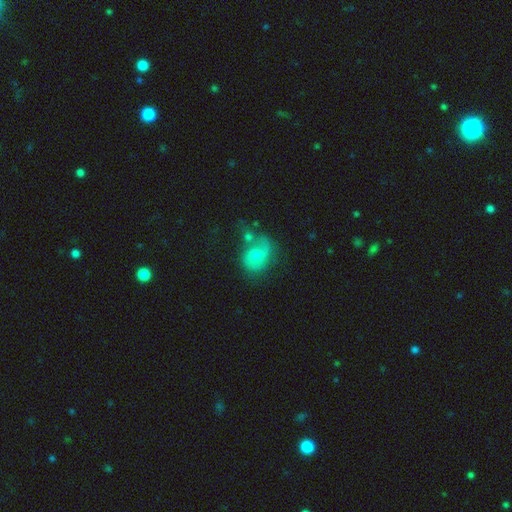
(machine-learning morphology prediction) Smooth or featured: featured or disk — 49% (smooth — 41%)
Merging: none — 36% (merger — 27%)